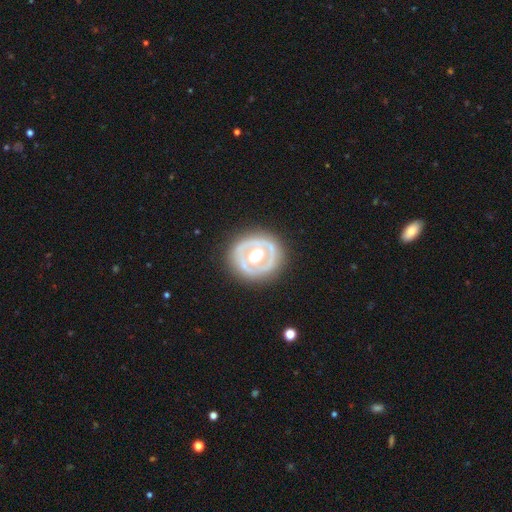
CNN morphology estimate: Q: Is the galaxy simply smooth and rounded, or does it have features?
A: featured or disk — 64%.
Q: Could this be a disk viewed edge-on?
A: no — 93%.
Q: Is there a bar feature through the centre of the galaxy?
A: no — 82%.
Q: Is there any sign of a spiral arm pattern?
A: no — 87%.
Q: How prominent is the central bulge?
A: large — 47%.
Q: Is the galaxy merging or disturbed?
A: none — 79%.